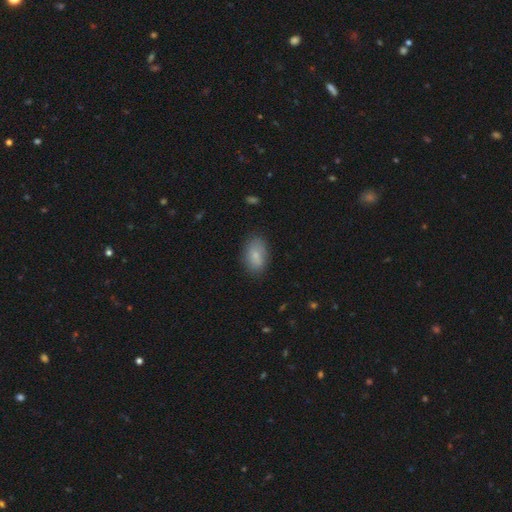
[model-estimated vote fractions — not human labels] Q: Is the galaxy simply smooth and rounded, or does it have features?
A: smooth — 79%.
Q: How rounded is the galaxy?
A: in between — 89%.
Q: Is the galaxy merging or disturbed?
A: none — 80%.